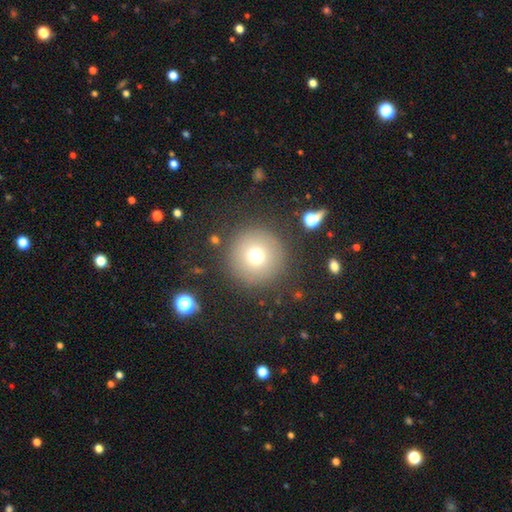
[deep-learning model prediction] Morphology: type=smooth (72%); roundness=round (96%); merging=none (87%).